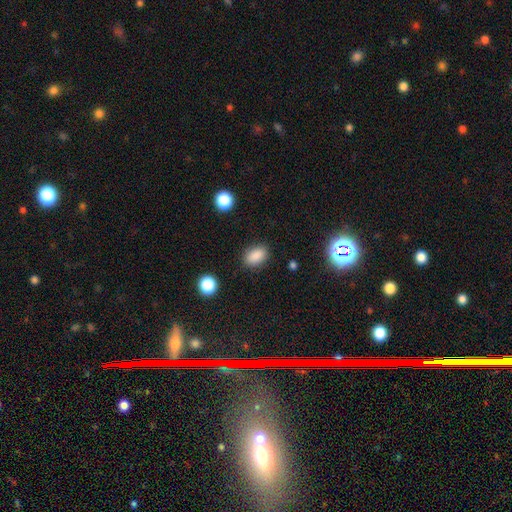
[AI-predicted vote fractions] The model was most divided on "how rounded": in between: 85%, round: 13%, cigar-shaped: 2%. More confident: smooth or featured — smooth (87%); merging — none (86%).